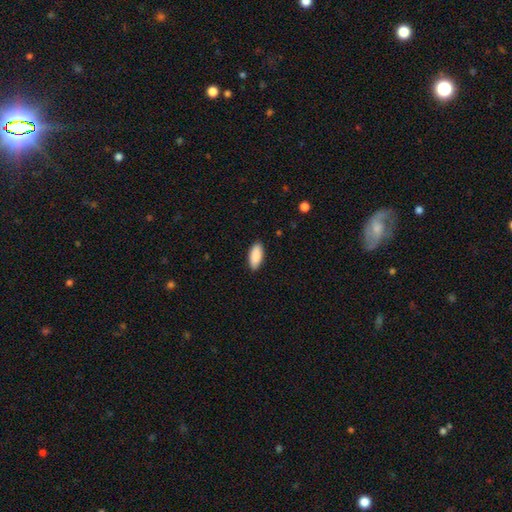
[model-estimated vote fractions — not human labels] Overall: smooth (90%). How rounded: in between (87%). Merging: none (89%).